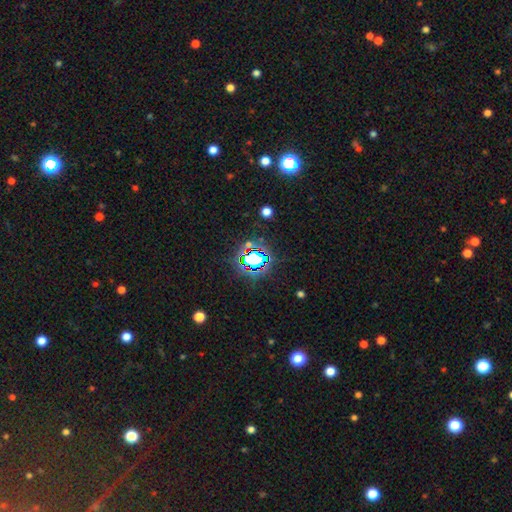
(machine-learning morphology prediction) smooth-or-featured: star or artifact: 71% | smooth: 19% | featured or disk: 11%